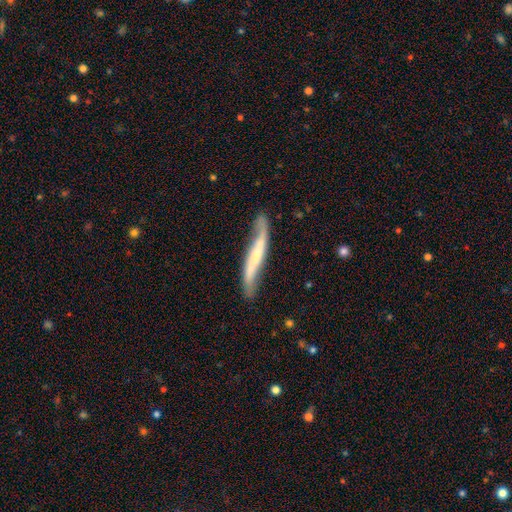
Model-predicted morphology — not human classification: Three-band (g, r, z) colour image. It shows a featured or disk galaxy (66%) with not edge-on (50%, tied with yes). Merging: none (66%).